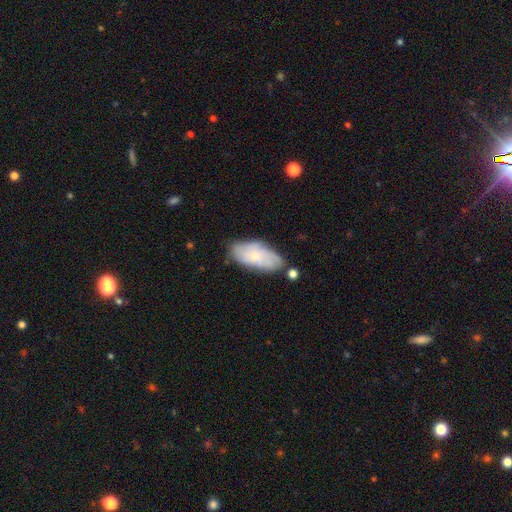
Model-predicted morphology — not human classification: A smooth galaxy with no disk features (54%) that is in between round and cigar-shaped (90%). Merging: none (69%).